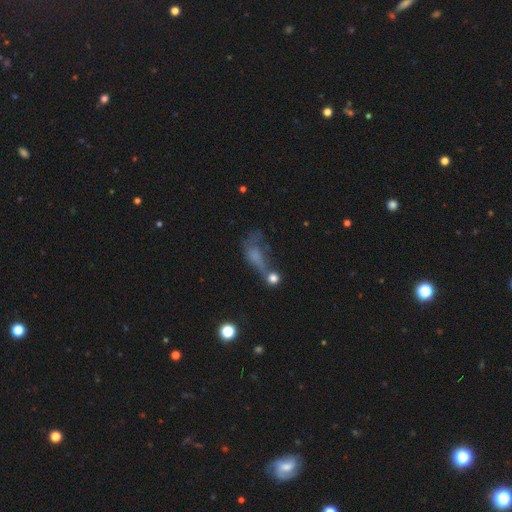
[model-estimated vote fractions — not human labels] Smooth or featured: smooth — 48% (featured or disk — 32%)
Merging: major disturbance — 41% (merger — 23%)